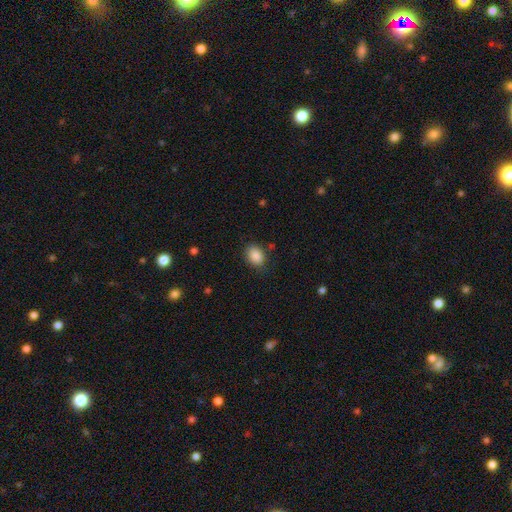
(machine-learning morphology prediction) Smooth or featured: smooth — 88% (star or artifact — 8%)
How rounded: in between — 72% (round — 27%)
Merging: none — 79% (minor disturbance — 16%)